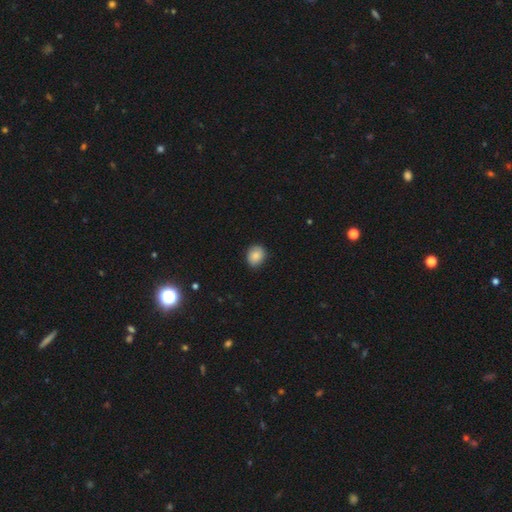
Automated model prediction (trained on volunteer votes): Smooth or featured: smooth — 86% (star or artifact — 8%)
How rounded: round — 65% (in between — 34%)
Merging: none — 84% (minor disturbance — 13%)